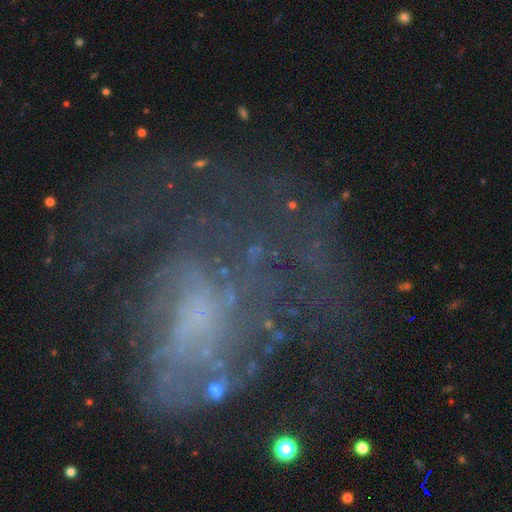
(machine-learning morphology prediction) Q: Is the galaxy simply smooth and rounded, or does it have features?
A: featured or disk — 68%.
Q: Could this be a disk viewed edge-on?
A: no — 97%.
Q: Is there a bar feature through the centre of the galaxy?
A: no — 68%.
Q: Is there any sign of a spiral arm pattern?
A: yes — 63%.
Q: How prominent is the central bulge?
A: none — 46%.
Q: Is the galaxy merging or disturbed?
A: none — 43%.